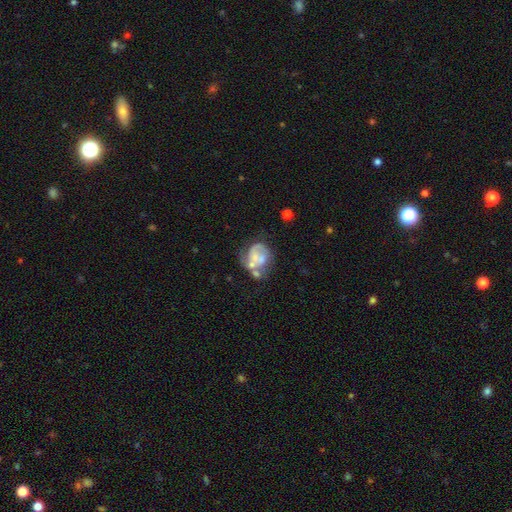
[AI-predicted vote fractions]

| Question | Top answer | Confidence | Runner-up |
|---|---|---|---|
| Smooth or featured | featured or disk | 64% | smooth (28%) |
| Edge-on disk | no | 98% | yes (2%) |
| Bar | no | 80% | weak (16%) |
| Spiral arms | no | 50% | tied: yes (50%) |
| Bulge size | small | 35% | moderate (31%) |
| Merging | none | 31% | merger (26%) |